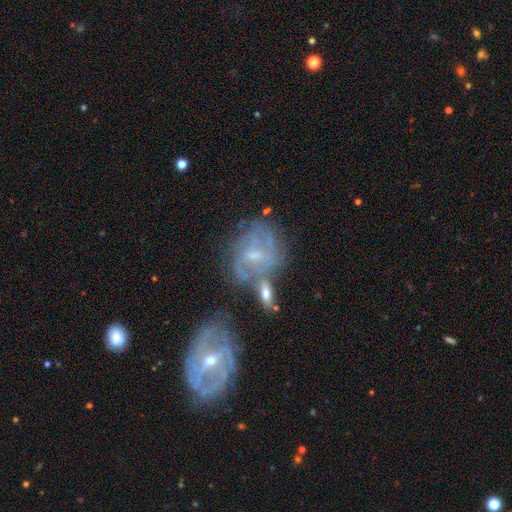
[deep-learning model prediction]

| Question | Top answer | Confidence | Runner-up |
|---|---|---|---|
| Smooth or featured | featured or disk | 75% | smooth (15%) |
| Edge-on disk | no | 96% | yes (4%) |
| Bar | weak | 48% | no (36%) |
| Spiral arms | yes | 87% | no (13%) |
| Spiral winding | tight | 48% | medium (38%) |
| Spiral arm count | can't tell | 37% | 2 (29%) |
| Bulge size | small | 59% | moderate (35%) |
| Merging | none | 42% | merger (32%) |